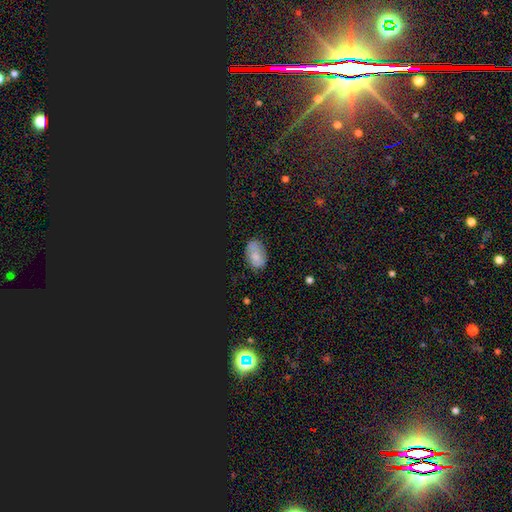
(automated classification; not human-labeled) Q: Smooth or featured?
A: smooth (62%); runner-up: featured or disk (20%)
Q: How rounded?
A: in between (86%); runner-up: round (13%)
Q: Merging?
A: none (70%); runner-up: minor disturbance (22%)